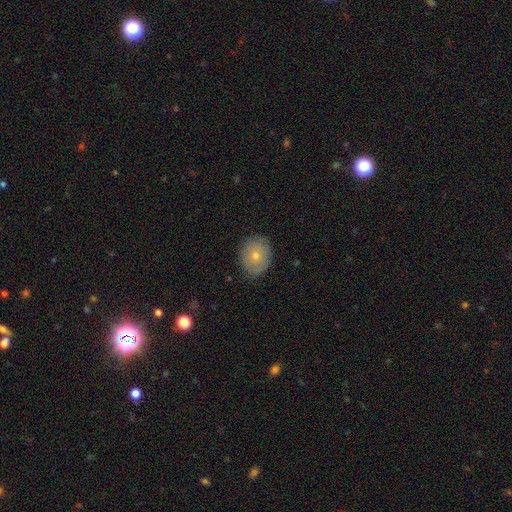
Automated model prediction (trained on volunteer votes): This is likely a smooth galaxy (74%). How rounded: possibly round (59%). Merging: clearly none (82%).